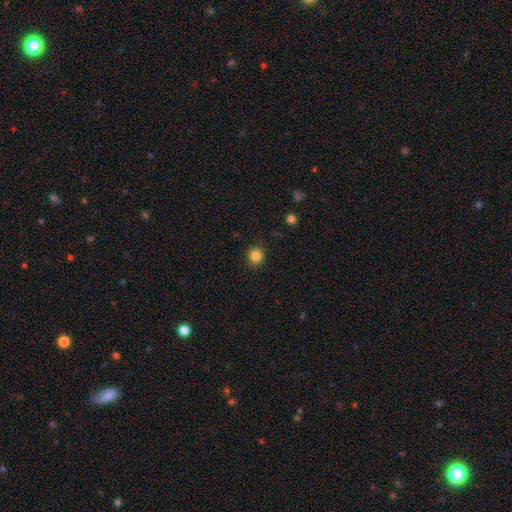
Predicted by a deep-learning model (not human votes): smooth_or_featured: smooth (p=0.84) [alt: star or artifact p=0.12]
how_rounded: round (p=0.89) [alt: in between p=0.10]
merging: none (p=0.90) [alt: minor disturbance p=0.07]